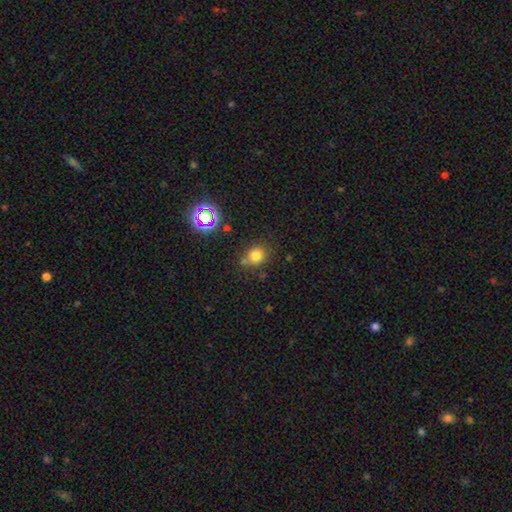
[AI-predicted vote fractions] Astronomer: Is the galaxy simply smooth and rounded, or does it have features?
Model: smooth — 76%.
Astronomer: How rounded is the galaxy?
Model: round — 79%.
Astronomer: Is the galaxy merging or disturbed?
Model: none — 71%.